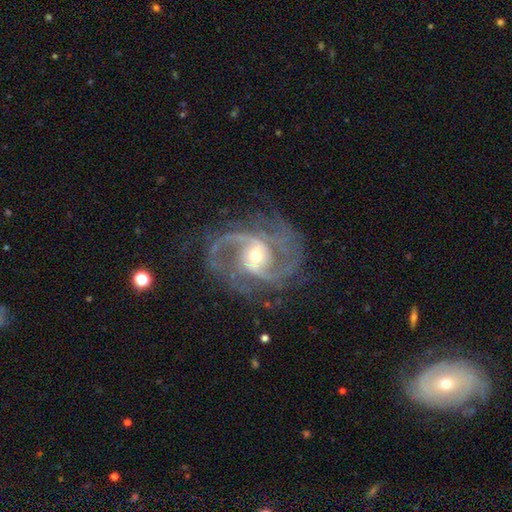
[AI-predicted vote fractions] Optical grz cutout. It shows a featured or disk galaxy (92%) with a weak bar (42%), 2 (70%) medium (58%) spiral arms (98%) and a moderate central bulge (50%). Merging: none (73%).